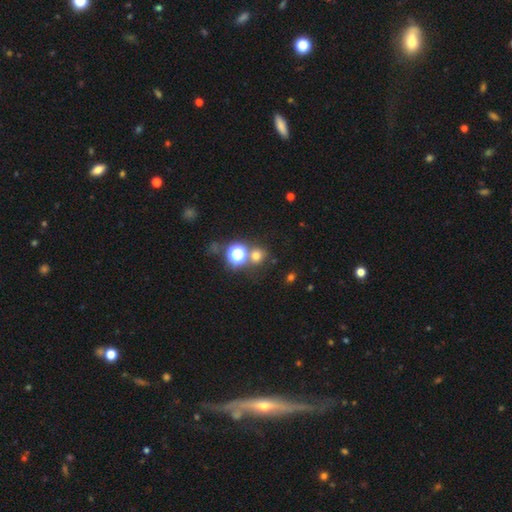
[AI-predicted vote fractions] Smooth or featured? Predicted: smooth (p=0.65). How rounded? Predicted: round (p=0.86). Merging? Predicted: none (p=0.69).